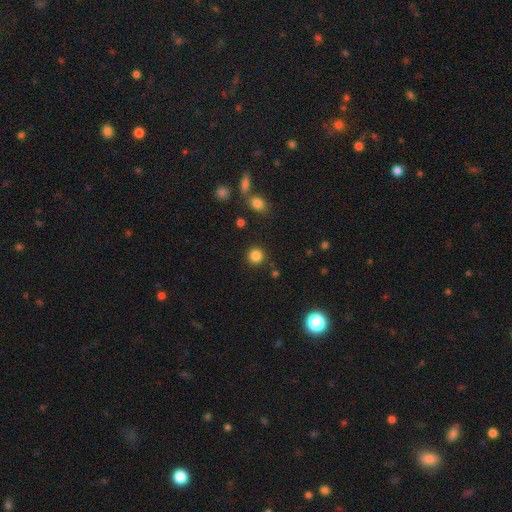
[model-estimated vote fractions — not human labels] A smooth galaxy with no disk features (84%) that is round (93%).

Vote fractions:
- Smooth or featured? smooth: 84% / star or artifact: 12% / featured or disk: 4%
- How rounded? round: 93% / in between: 6% / cigar-shaped: 1%
- Merging? none: 89% / minor disturbance: 6% / merger: 2% / major disturbance: 2%